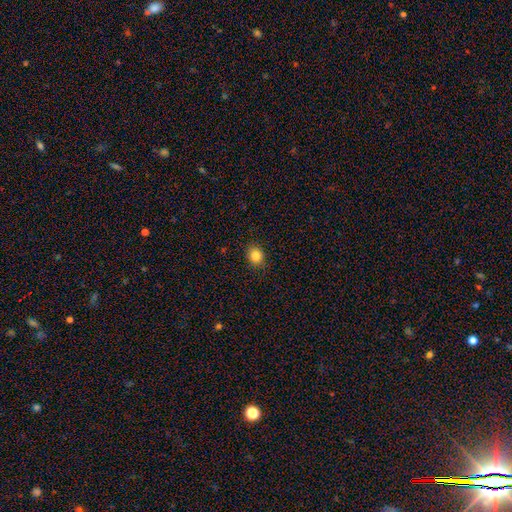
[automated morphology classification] smooth_or_featured: smooth (p=0.84) [alt: star or artifact p=0.11]
how_rounded: round (p=0.65) [alt: in between p=0.34]
merging: none (p=0.88) [alt: minor disturbance p=0.09]